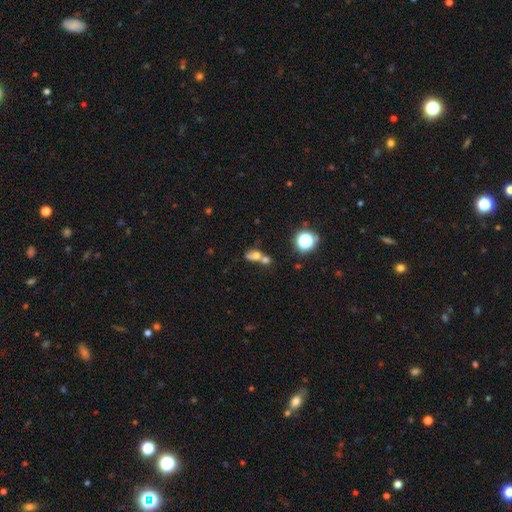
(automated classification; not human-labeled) This appears to be a smooth galaxy with no disk features (63%) that is in between round and cigar-shaped (51%). Merging: merger (61%).